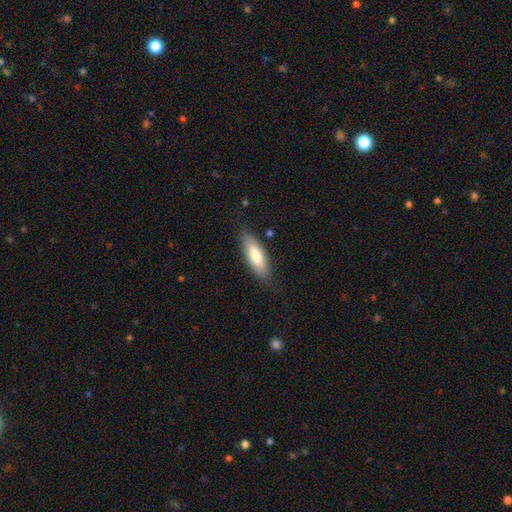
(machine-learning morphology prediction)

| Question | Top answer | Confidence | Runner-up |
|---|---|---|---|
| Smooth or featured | smooth | 78% | featured or disk (16%) |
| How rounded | in between | 56% | cigar-shaped (43%) |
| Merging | none | 83% | minor disturbance (13%) |